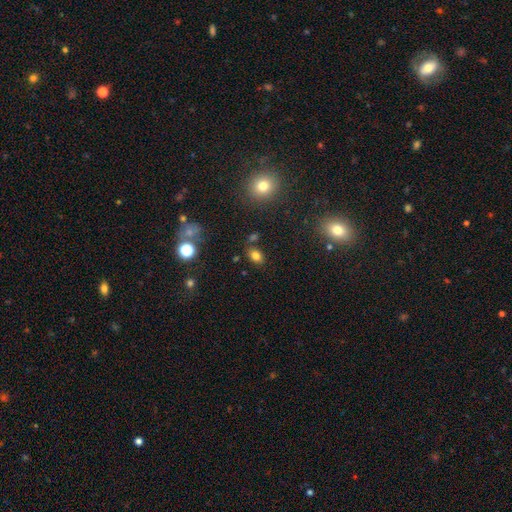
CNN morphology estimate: The model was most divided on "how rounded": in between: 74%, round: 25%, cigar-shaped: 1%. More confident: smooth or featured — smooth (78%); merging — none (77%).